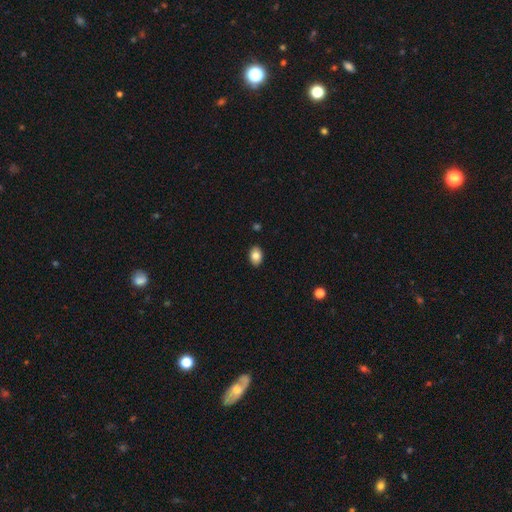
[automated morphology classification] Smooth or featured? smooth (83%)
How rounded? in between (86%)
Merging? none (90%)